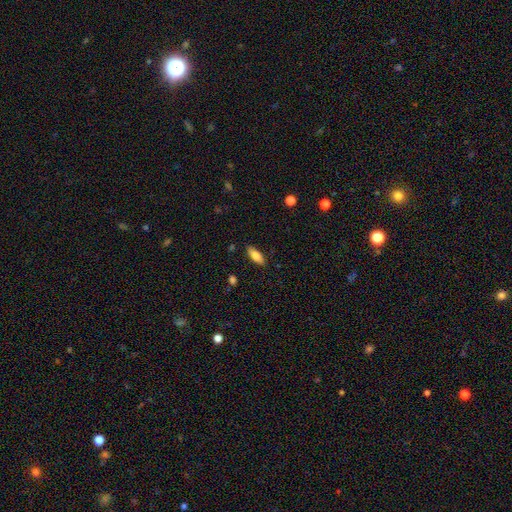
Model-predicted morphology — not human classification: type=smooth (76%); roundness=in between (71%); merging=none (87%).